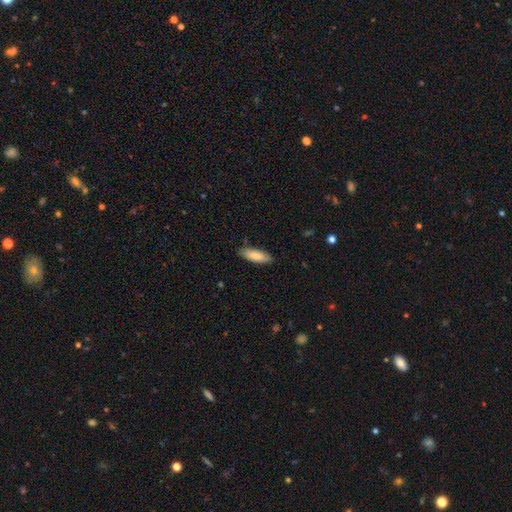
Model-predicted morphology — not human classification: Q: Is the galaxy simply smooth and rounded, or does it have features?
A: smooth — 83%.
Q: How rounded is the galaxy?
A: in between — 55%.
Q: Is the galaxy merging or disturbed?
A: none — 87%.